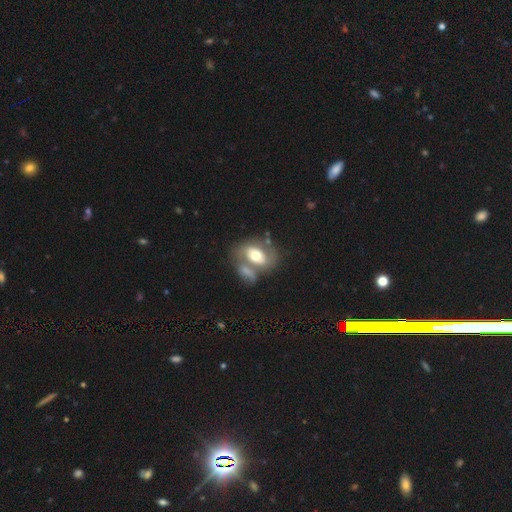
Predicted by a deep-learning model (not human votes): smooth_or_featured: featured or disk (p=0.49) [alt: smooth p=0.44]
merging: merger (p=0.37) [alt: none p=0.36]